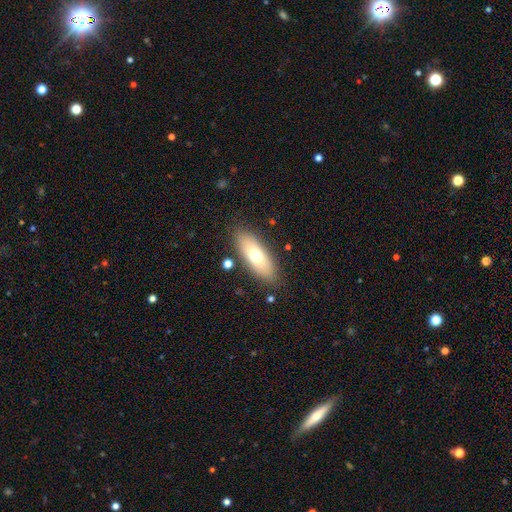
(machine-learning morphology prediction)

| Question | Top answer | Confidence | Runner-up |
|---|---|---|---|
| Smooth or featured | smooth | 69% | featured or disk (24%) |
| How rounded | in between | 70% | cigar-shaped (28%) |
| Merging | none | 84% | minor disturbance (11%) |